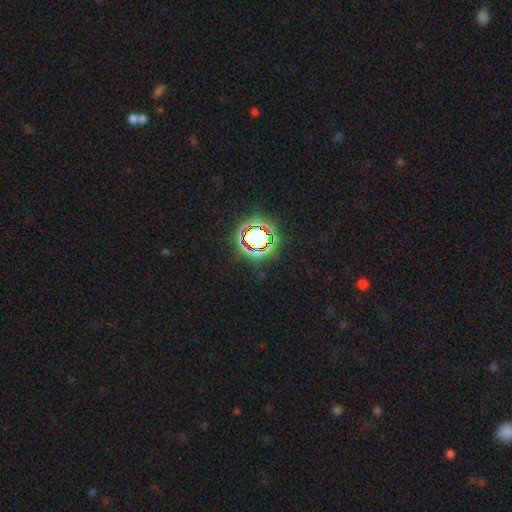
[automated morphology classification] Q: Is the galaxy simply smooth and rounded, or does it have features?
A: star or artifact — 79%.